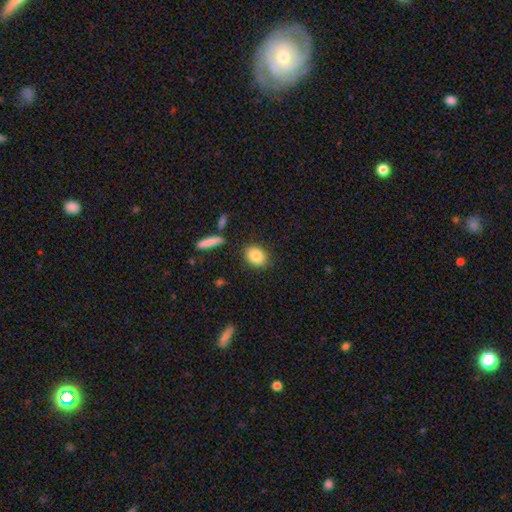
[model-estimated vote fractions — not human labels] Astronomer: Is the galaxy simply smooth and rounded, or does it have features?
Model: smooth — 85%.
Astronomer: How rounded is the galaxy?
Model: in between — 66%.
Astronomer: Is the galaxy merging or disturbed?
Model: none — 85%.